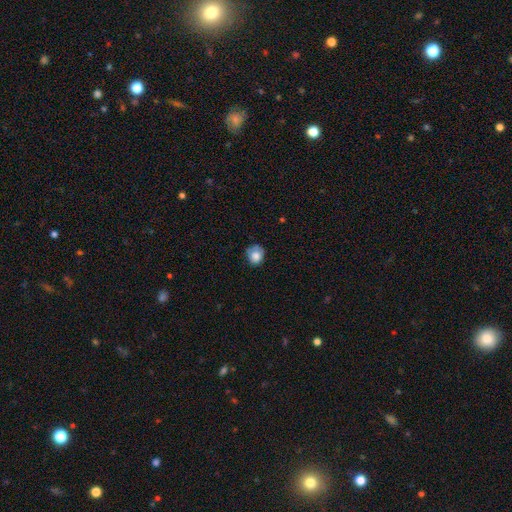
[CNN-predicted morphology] The model was most divided on "merging": none: 61%, minor disturbance: 29%, major disturbance: 8%, merger: 2%. More confident: smooth or featured — smooth (78%); how rounded — round (70%).